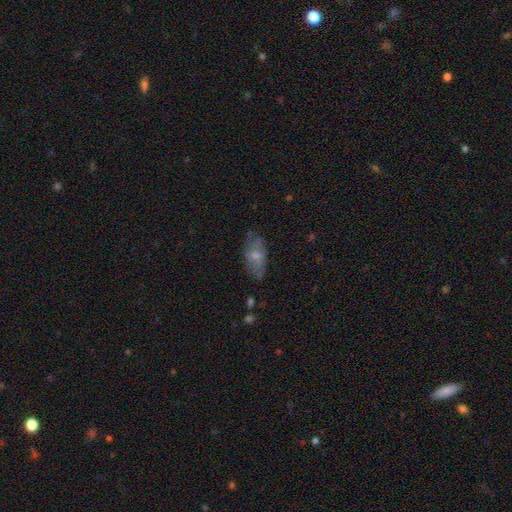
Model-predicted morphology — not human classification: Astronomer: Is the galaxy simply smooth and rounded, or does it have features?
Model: smooth — 62%.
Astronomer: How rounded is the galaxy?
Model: in between — 88%.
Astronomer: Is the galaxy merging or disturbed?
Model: none — 64%.